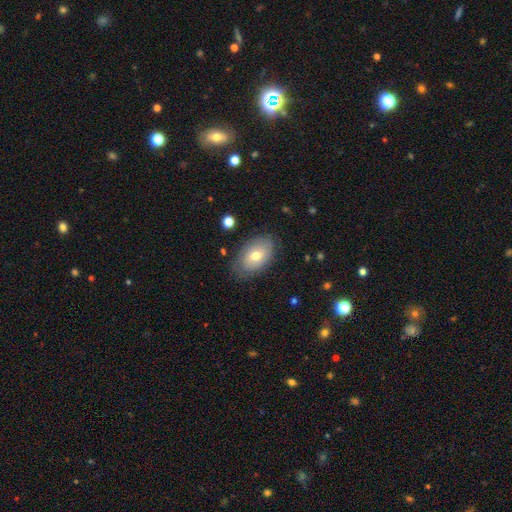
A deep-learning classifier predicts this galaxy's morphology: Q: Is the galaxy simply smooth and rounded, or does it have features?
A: smooth — 61%.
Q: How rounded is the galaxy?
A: in between — 89%.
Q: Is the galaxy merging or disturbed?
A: none — 76%.